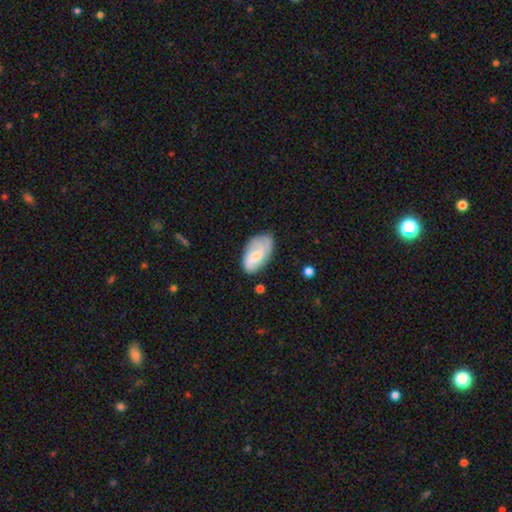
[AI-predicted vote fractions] This appears to be a featured or disk galaxy (47%, tied with smooth). Merging: none (66%).